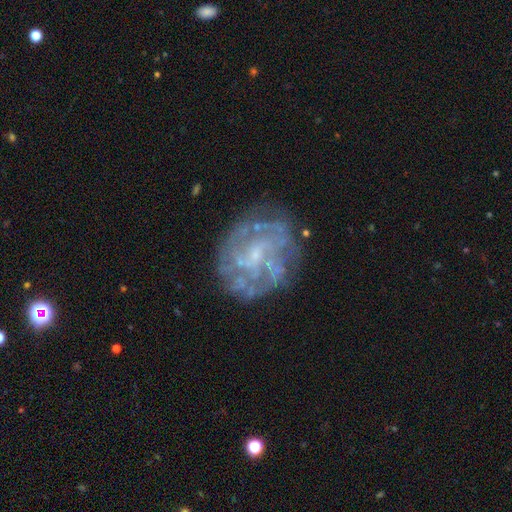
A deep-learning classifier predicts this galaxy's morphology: Smooth or featured? featured or disk (80%)
Edge-on disk? no (98%)
Bar? no (52%)
Spiral arms? yes (68%)
Spiral winding? tight (48%)
Spiral arm count? can't tell (52%)
Bulge size? small (60%)
Merging? none (70%)